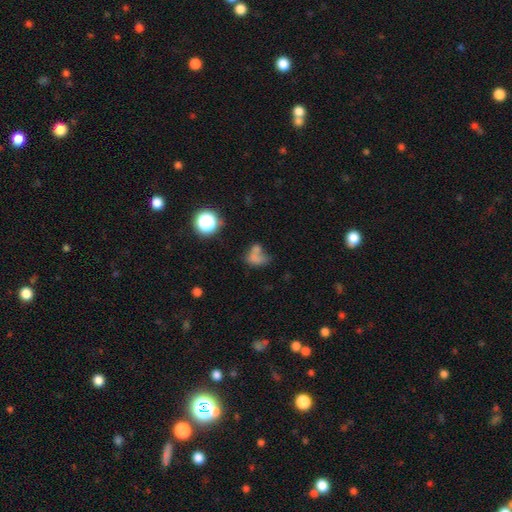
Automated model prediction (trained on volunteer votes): Smooth or featured?
  - smooth: 63% *
  - featured or disk: 19%
  - star or artifact: 18%
How rounded?
  - in between: 64% *
  - round: 33%
  - cigar-shaped: 2%
Merging?
  - merger: 44% *
  - none: 25%
  - major disturbance: 18%
  - minor disturbance: 13%